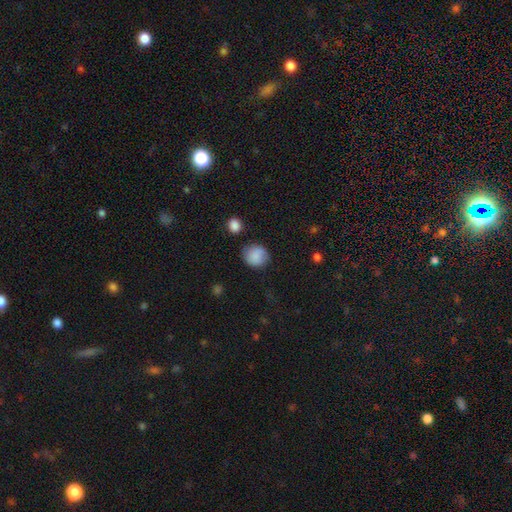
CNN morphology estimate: A smooth galaxy with no disk features (85%) that is round (85%). Merging: none (77%).